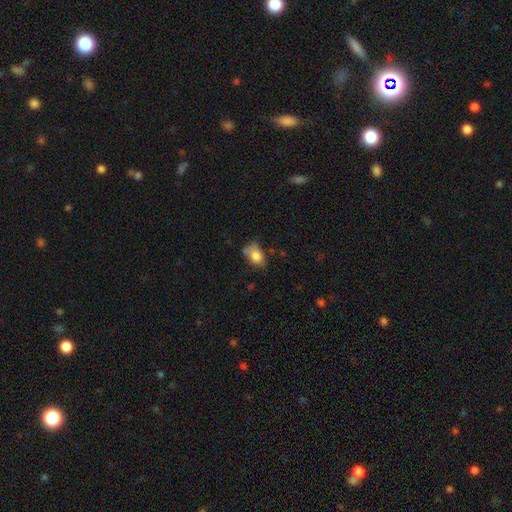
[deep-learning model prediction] Smooth or featured: smooth — 80% (featured or disk — 11%)
How rounded: in between — 75% (round — 23%)
Merging: none — 51% (minor disturbance — 30%)